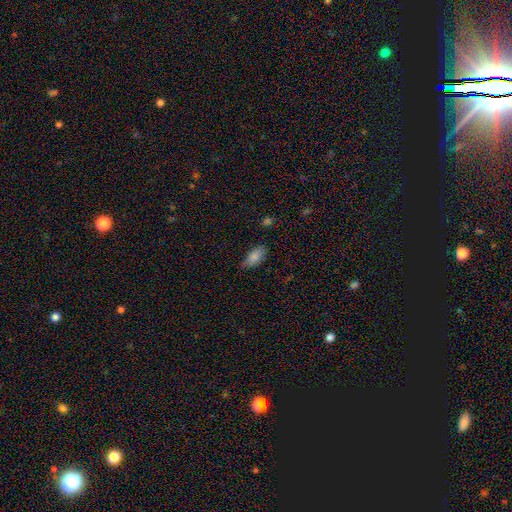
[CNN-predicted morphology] smooth 85%, featured or disk 8%, star or artifact 8%. Down the decision tree: how rounded — in between (89%); merging — none (70%).